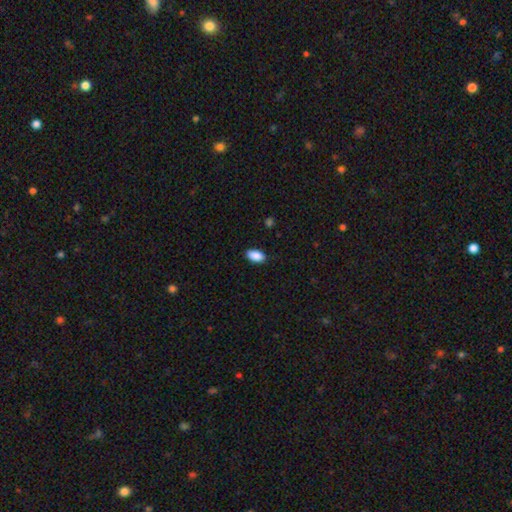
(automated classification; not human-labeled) Smooth or featured? smooth (89%)
How rounded? in between (93%)
Merging? none (85%)